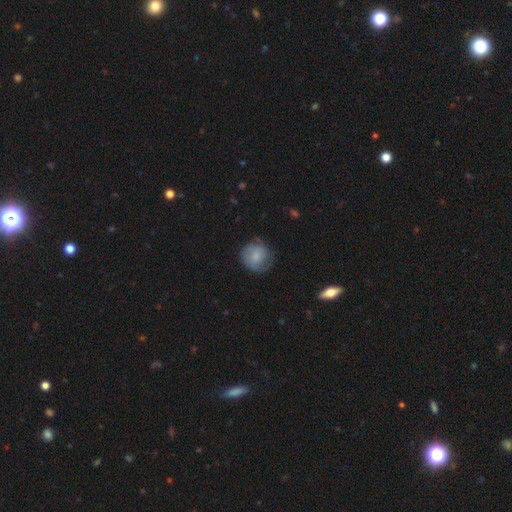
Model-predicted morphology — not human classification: A smooth galaxy with no disk features (68%) that is round (87%). Merging: none (65%).